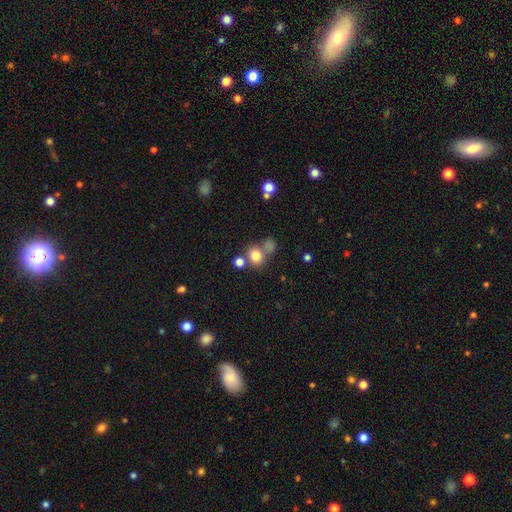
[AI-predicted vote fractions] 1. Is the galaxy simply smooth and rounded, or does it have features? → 78% smooth, 13% star or artifact, 9% featured or disk.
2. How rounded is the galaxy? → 72% round, 26% in between, 1% cigar-shaped.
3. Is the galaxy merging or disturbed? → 53% none, 29% merger, 12% minor disturbance, 6% major disturbance.